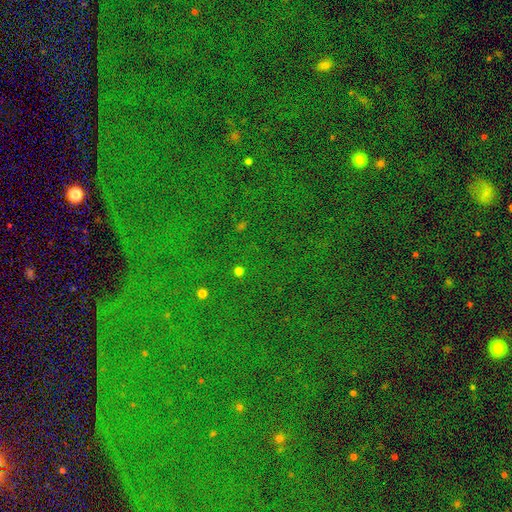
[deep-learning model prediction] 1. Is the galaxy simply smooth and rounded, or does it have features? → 83% star or artifact, 9% smooth, 8% featured or disk.